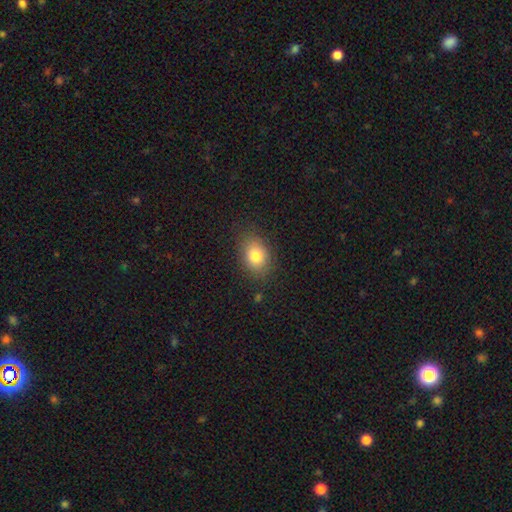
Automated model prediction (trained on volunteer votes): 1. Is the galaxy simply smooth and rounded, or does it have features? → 80% smooth, 10% star or artifact, 10% featured or disk.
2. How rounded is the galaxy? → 68% in between, 31% round, 1% cigar-shaped.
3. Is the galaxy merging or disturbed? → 82% none, 13% minor disturbance, 4% major disturbance, 1% merger.